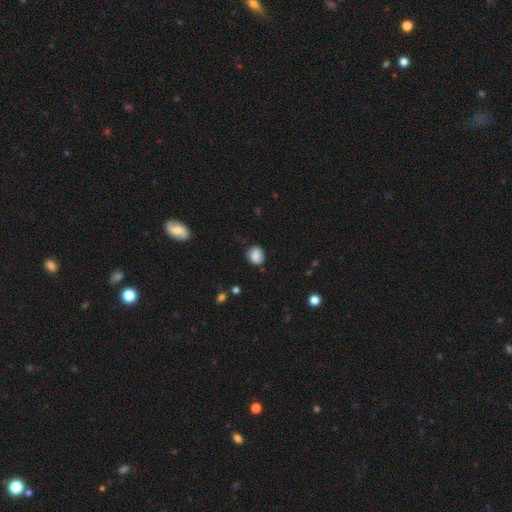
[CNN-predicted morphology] type=smooth (82%); roundness=round (69%); merging=none (76%).